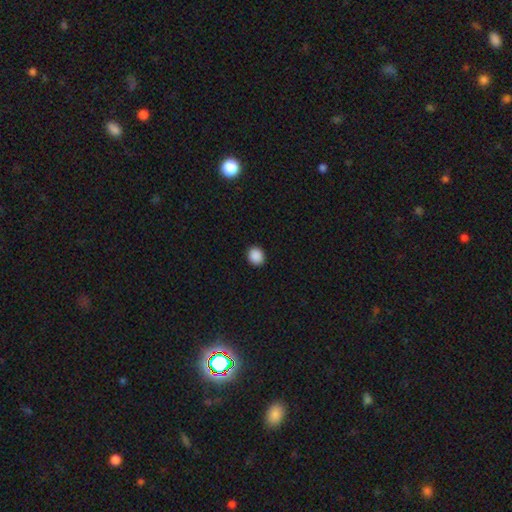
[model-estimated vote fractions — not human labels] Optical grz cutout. It shows a smooth galaxy with no disk features (89%) that is round (74%). Merging: none (92%).